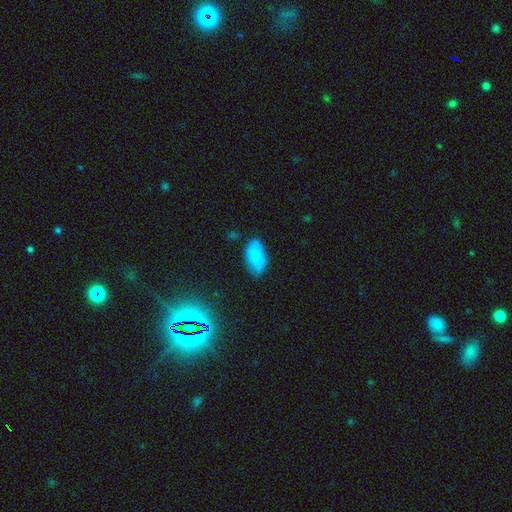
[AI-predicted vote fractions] A smooth galaxy with no disk features (81%) that is in between round and cigar-shaped (94%).

Vote fractions:
- Smooth or featured? smooth: 81% / featured or disk: 11% / star or artifact: 9%
- How rounded? in between: 94% / round: 4% / cigar-shaped: 2%
- Merging? none: 71% / minor disturbance: 21% / major disturbance: 5% / merger: 3%